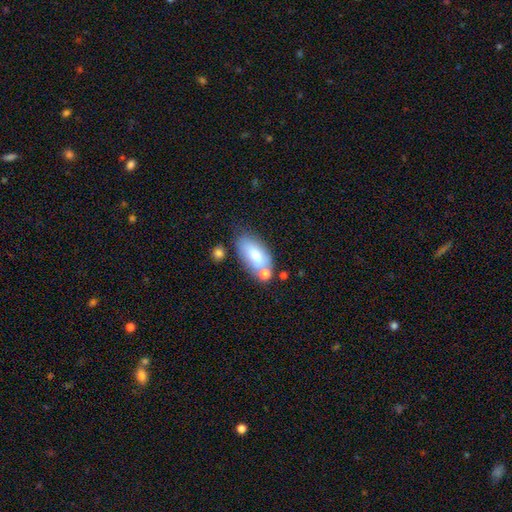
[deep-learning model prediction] Smooth or featured?
  - smooth: 73% *
  - featured or disk: 20%
  - star or artifact: 7%
How rounded?
  - in between: 91% *
  - cigar-shaped: 6%
  - round: 3%
Merging?
  - none: 56% *
  - minor disturbance: 20%
  - merger: 18%
  - major disturbance: 6%